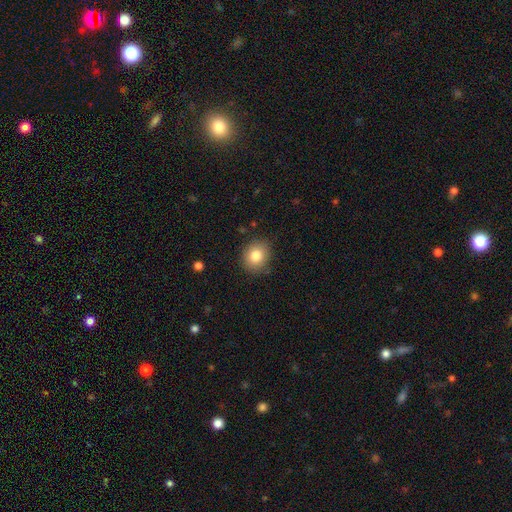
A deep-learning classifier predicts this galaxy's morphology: Smooth or featured? Predicted: smooth (p=0.82). How rounded? Predicted: round (p=0.70). Merging? Predicted: none (p=0.86).